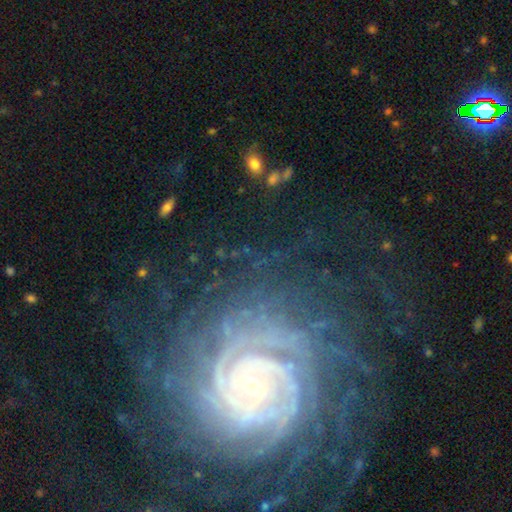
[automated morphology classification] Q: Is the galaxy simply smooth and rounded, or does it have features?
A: featured or disk — 85%.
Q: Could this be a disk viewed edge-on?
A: no — 97%.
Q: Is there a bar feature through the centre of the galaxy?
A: no — 44%.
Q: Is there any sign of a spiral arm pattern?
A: yes — 98%.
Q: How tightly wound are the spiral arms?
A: tight — 84%.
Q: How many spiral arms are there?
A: can't tell — 22%.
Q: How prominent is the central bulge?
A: small — 74%.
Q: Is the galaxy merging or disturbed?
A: none — 76%.